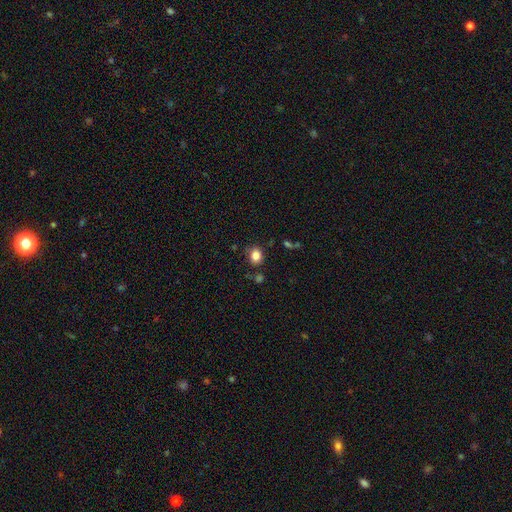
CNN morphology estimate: smooth-or-featured: smooth: 84% | star or artifact: 11% | featured or disk: 6%
  how-rounded: round: 60% | in between: 40% | cigar-shaped: 1%
  merging: none: 80% | minor disturbance: 12% | merger: 5% | major disturbance: 4%